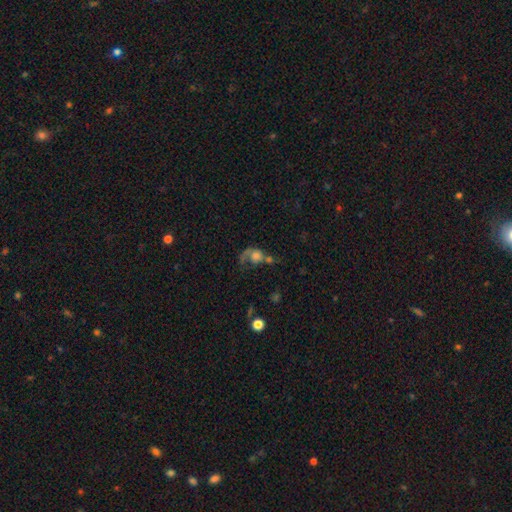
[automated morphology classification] smooth-or-featured: smooth: 49% | featured or disk: 39% | star or artifact: 12%
  merging: major disturbance: 38% | merger: 29% | none: 20% | minor disturbance: 12%